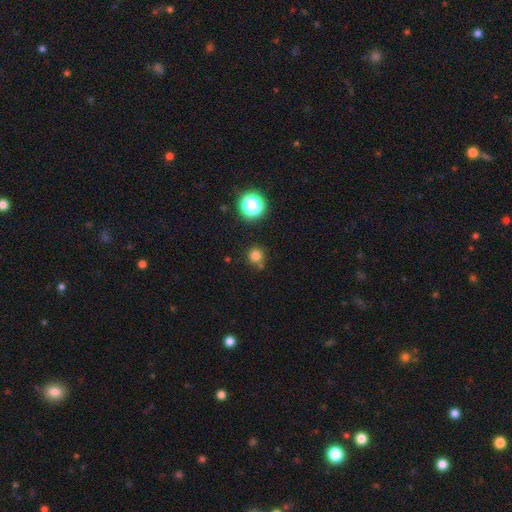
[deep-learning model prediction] Smooth or featured?
  - smooth: 76% *
  - star or artifact: 18%
  - featured or disk: 5%
How rounded?
  - round: 93% *
  - in between: 6%
  - cigar-shaped: 1%
Merging?
  - none: 77% *
  - minor disturbance: 11%
  - merger: 9%
  - major disturbance: 3%